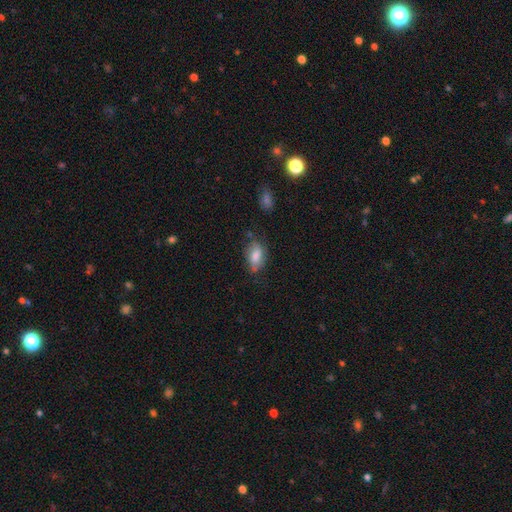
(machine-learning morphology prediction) smooth 80%, featured or disk 13%, star or artifact 8%. Down the decision tree: how rounded — in between (89%); merging — none (56%).